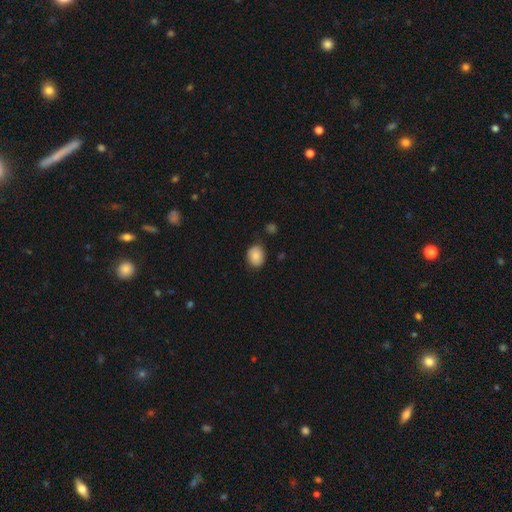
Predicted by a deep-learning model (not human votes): Overall: smooth (86%). How rounded: round (50%; in between 49%). Merging: none (79%).